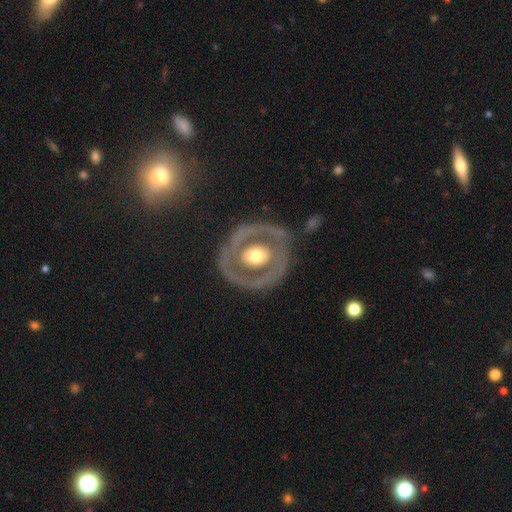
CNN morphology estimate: smooth-or-featured: featured or disk: 68% | smooth: 28% | star or artifact: 4%
  disk-edge-on: no: 96% | yes: 4%
    bar: no: 76% | weak: 15% | strong: 9%
    has-spiral-arms: no: 73% | yes: 27%
    bulge-size: moderate: 67% | large: 24% | small: 7% | dominant: 2% | none: 1%
  merging: none: 73% | minor disturbance: 15% | major disturbance: 9% | merger: 2%